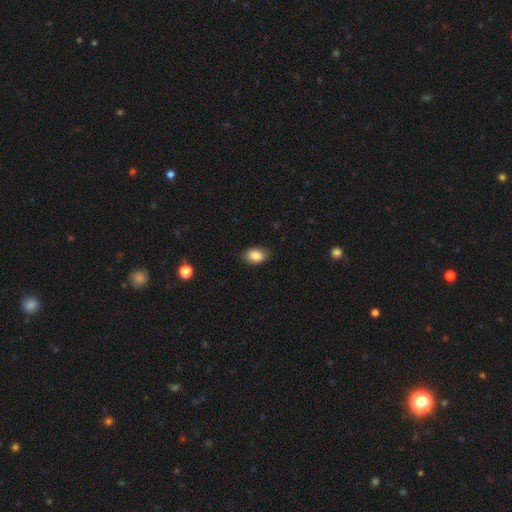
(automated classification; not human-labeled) Smooth or featured: smooth — 87% (star or artifact — 8%)
How rounded: in between — 84% (round — 15%)
Merging: none — 86% (minor disturbance — 11%)